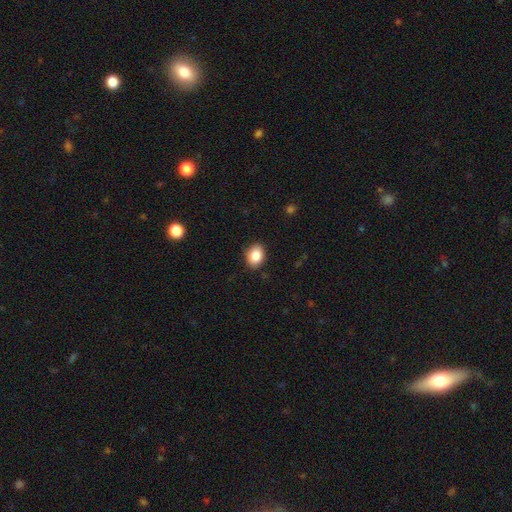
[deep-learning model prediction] The model was most divided on "how rounded": in between: 64%, round: 35%, cigar-shaped: 1%. More confident: merging — none (87%); smooth or featured — smooth (87%).